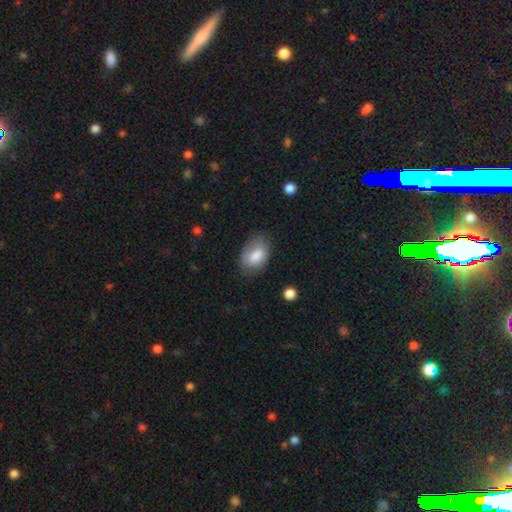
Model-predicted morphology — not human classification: This is clearly a smooth galaxy (82%). How rounded: clearly in between (89%). Merging: likely none (68%).